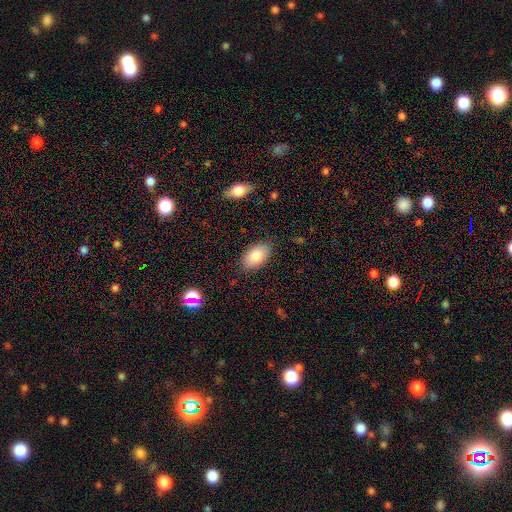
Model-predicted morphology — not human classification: Smooth or featured?
  - smooth: 84% *
  - featured or disk: 9%
  - star or artifact: 7%
How rounded?
  - in between: 93% *
  - round: 6%
  - cigar-shaped: 1%
Merging?
  - none: 83% *
  - minor disturbance: 13%
  - major disturbance: 3%
  - merger: 1%